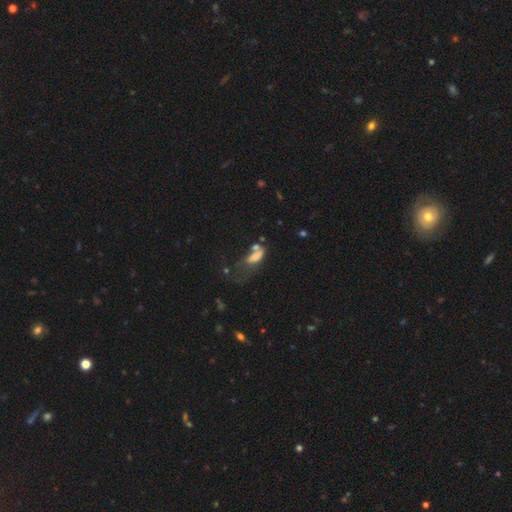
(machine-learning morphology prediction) type=smooth (63%); roundness=in between (77%); merging=major disturbance (44%).